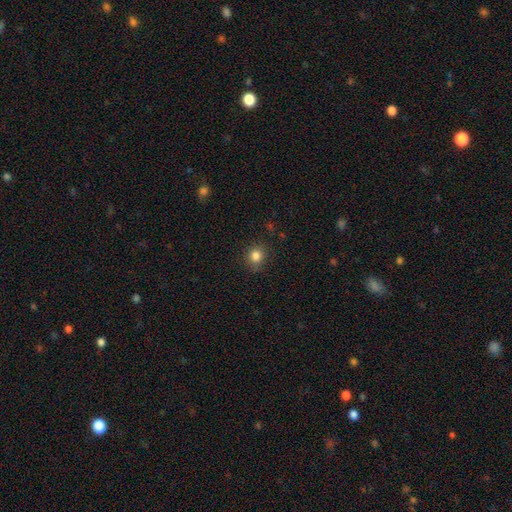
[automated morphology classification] Smooth or featured?
  - smooth: 83% *
  - star or artifact: 12%
  - featured or disk: 5%
How rounded?
  - round: 82% *
  - in between: 17%
  - cigar-shaped: 1%
Merging?
  - none: 85% *
  - minor disturbance: 11%
  - major disturbance: 3%
  - merger: 1%